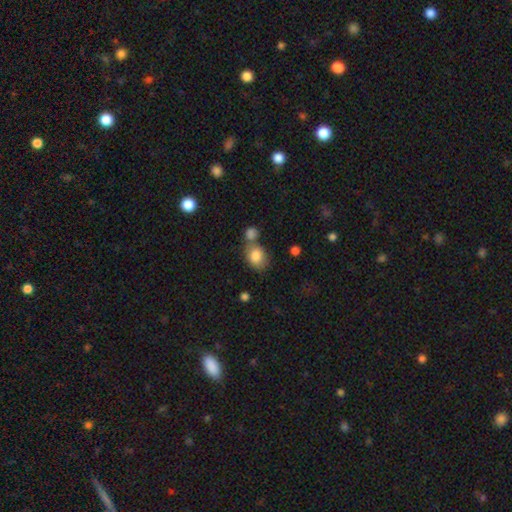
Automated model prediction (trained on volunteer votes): Smooth or featured? smooth (83%)
How rounded? round (52%)
Merging? none (50%)